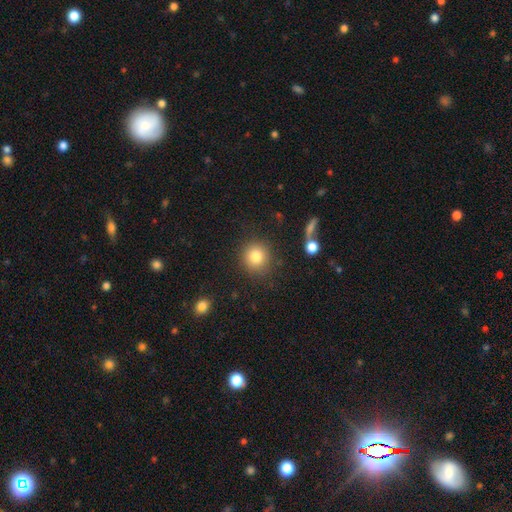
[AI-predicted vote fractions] Smooth or featured? Predicted: smooth (p=0.83). How rounded? Predicted: round (p=0.89). Merging? Predicted: none (p=0.85).